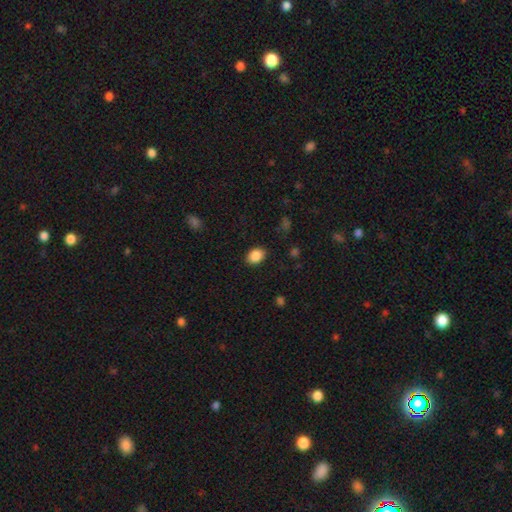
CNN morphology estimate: Smooth or featured? smooth (88%)
How rounded? in between (74%)
Merging? none (87%)